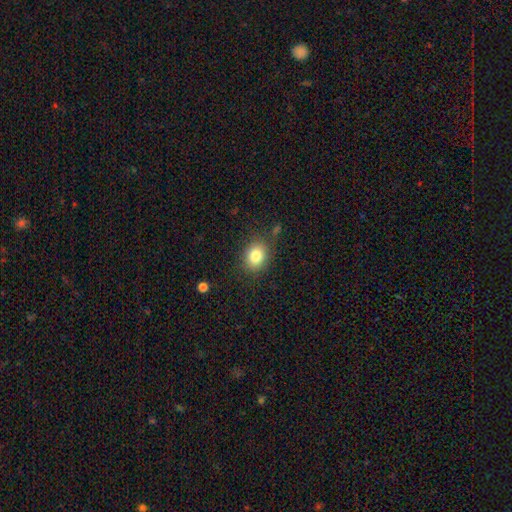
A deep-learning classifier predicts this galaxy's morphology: This appears to be a smooth galaxy with no disk features (83%) that is round (55%). Merging: none (81%).